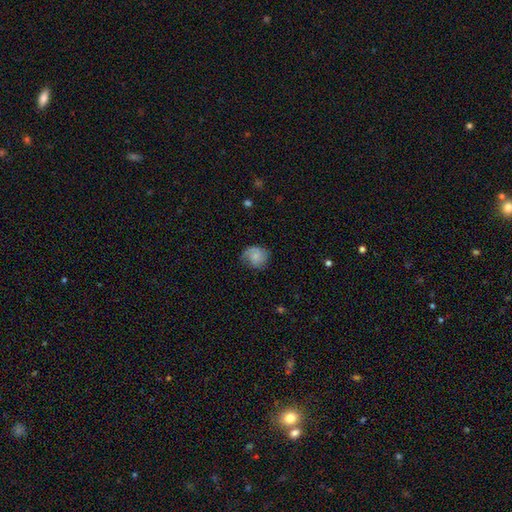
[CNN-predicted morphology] Q: Smooth or featured?
A: smooth (56%); runner-up: featured or disk (35%)
Q: How rounded?
A: round (74%); runner-up: in between (25%)
Q: Merging?
A: none (58%); runner-up: minor disturbance (27%)